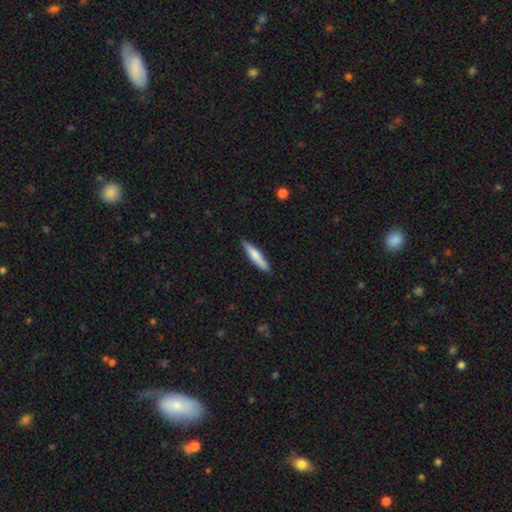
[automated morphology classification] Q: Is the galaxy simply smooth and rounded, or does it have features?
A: smooth — 69%.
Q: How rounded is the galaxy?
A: cigar-shaped — 88%.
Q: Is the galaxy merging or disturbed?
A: none — 87%.